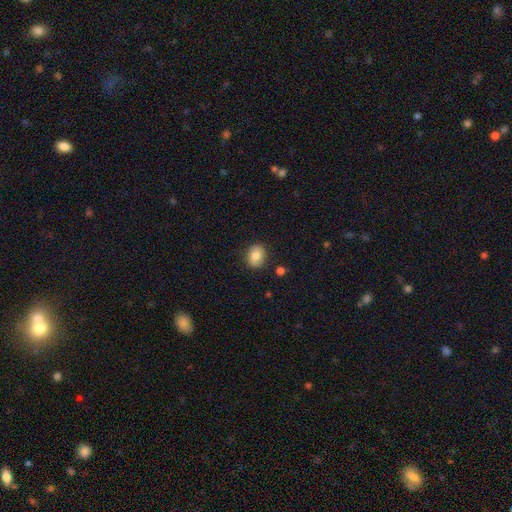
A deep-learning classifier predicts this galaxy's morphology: smooth-or-featured: smooth: 83% | star or artifact: 9% | featured or disk: 8%
  how-rounded: round: 54% | in between: 45% | cigar-shaped: 1%
  merging: none: 86% | minor disturbance: 10% | major disturbance: 2% | merger: 2%